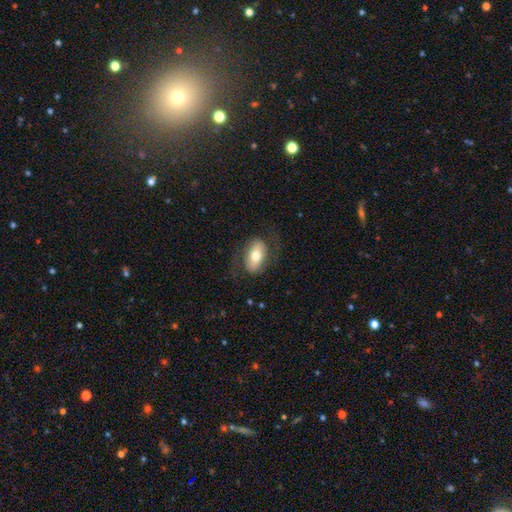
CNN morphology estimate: Smooth or featured? smooth (55%)
How rounded? in between (91%)
Merging? none (71%)